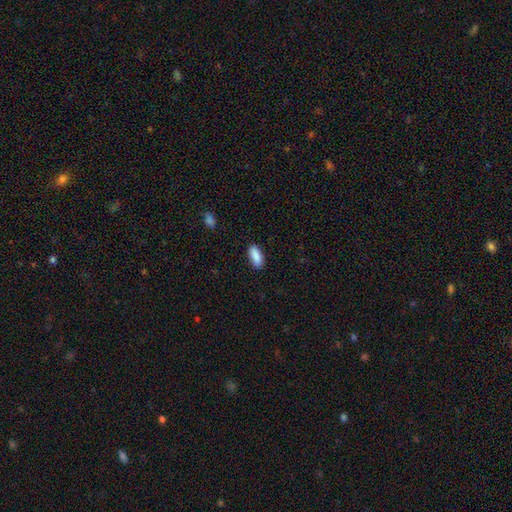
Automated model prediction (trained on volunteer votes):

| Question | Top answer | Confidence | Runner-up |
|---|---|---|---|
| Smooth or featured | smooth | 89% | star or artifact (7%) |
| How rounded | in between | 79% | cigar-shaped (19%) |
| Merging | none | 86% | minor disturbance (10%) |